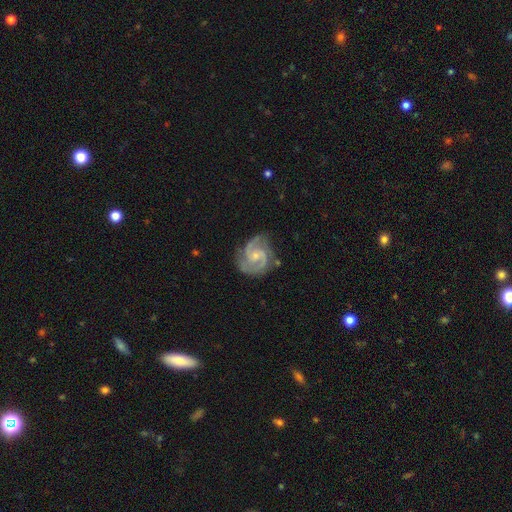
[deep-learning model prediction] A featured or disk galaxy (92%) with no bar (58%), 2 (84%) medium (55%) spiral arms (98%) and a small central bulge (68%).

Vote fractions:
- Smooth or featured? featured or disk: 92% / star or artifact: 4% / smooth: 4%
- Edge-on disk? no: 98% / yes: 2%
- Bar? no: 58% / weak: 36% / strong: 7%
- Spiral arms? yes: 98% / no: 2%
- Spiral winding? medium: 55% / tight: 37% / loose: 8%
- Spiral arm count? 2: 84% / 3: 9% / can't tell: 3% / 1: 2% / 4: 2% / more than 4: 1%
- Bulge size? small: 68% / moderate: 26% / none: 4% / large: 1% / dominant: 1%
- Merging? none: 75% / minor disturbance: 18% / major disturbance: 5% / merger: 2%